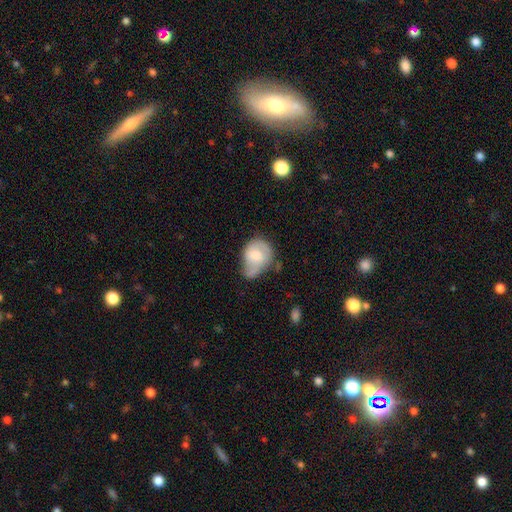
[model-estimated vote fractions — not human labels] A smooth galaxy with no disk features (53%) that is in between round and cigar-shaped (57%).

Vote fractions:
- Smooth or featured? smooth: 53% / featured or disk: 39% / star or artifact: 7%
- How rounded? in between: 57% / round: 42% / cigar-shaped: 1%
- Merging? minor disturbance: 39% / none: 31% / major disturbance: 23% / merger: 8%